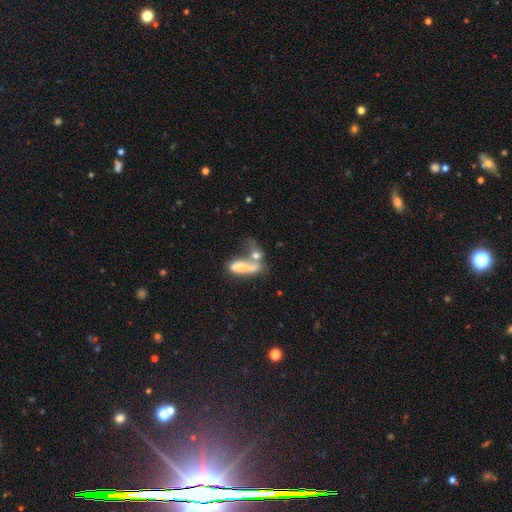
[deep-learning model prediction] Smooth or featured? smooth (64%)
How rounded? in between (59%)
Merging? merger (60%)